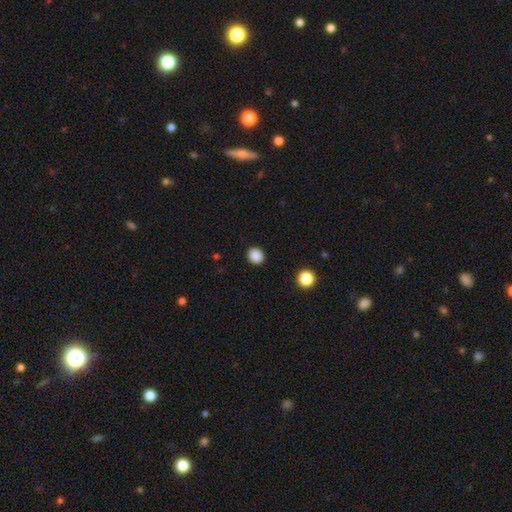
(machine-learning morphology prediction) This is clearly a smooth galaxy (87%). How rounded: likely round (78%). Merging: clearly none (91%).